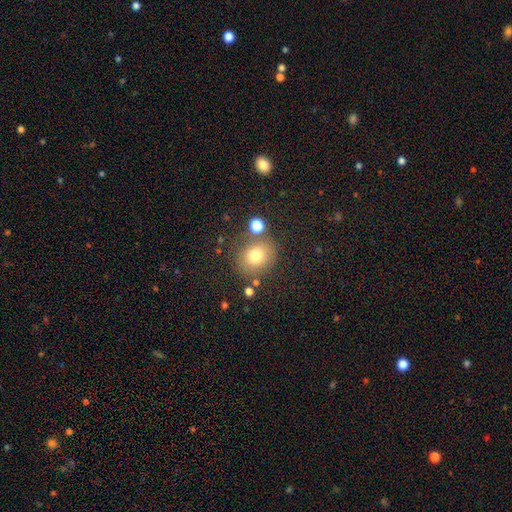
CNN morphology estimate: Smooth or featured?
  - smooth: 75% *
  - star or artifact: 13%
  - featured or disk: 12%
How rounded?
  - round: 74% *
  - in between: 25%
  - cigar-shaped: 1%
Merging?
  - none: 74% *
  - minor disturbance: 12%
  - merger: 9%
  - major disturbance: 5%